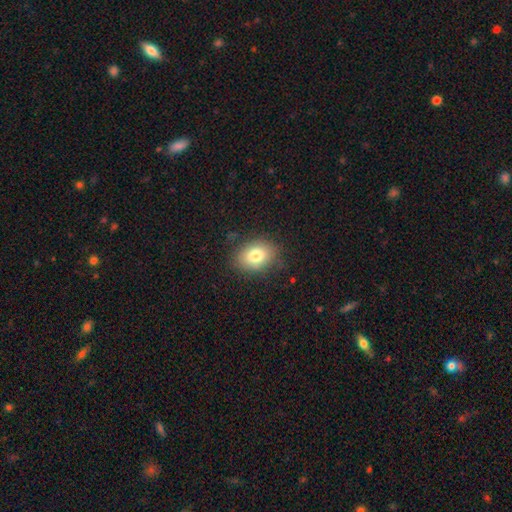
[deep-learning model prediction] Morphology: type=smooth (80%); roundness=in between (73%); merging=none (83%).